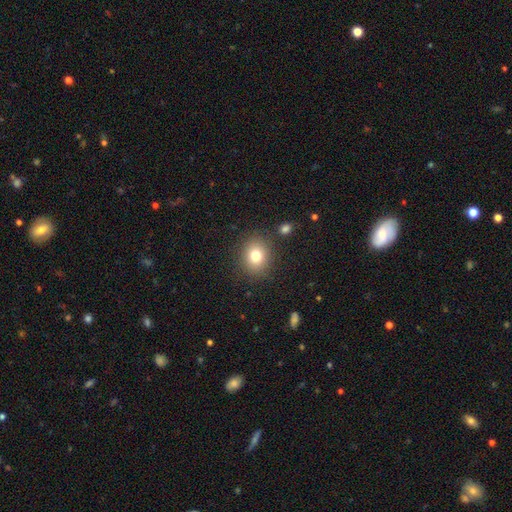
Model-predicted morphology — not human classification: smooth 78%, star or artifact 12%, featured or disk 10%. Down the decision tree: how rounded — round (63%); merging — none (85%).